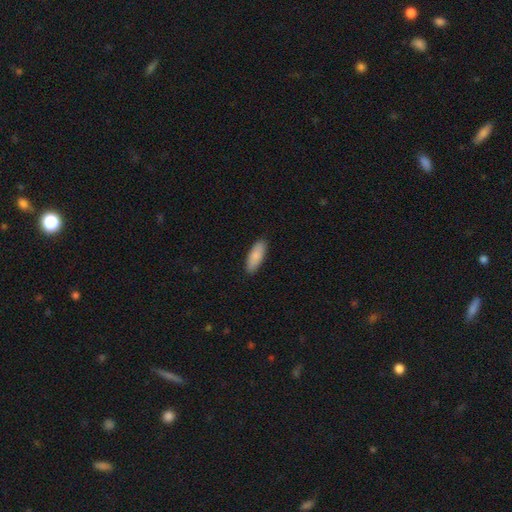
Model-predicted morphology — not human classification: A smooth galaxy with no disk features (86%) that is in between round and cigar-shaped (68%). Merging: none (89%).